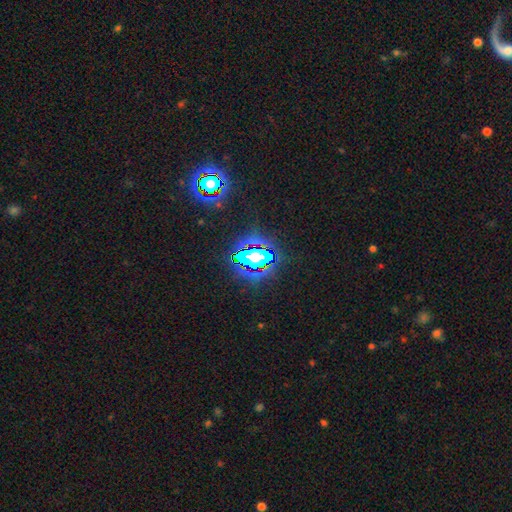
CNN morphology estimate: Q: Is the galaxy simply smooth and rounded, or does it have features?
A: star or artifact — 81%.